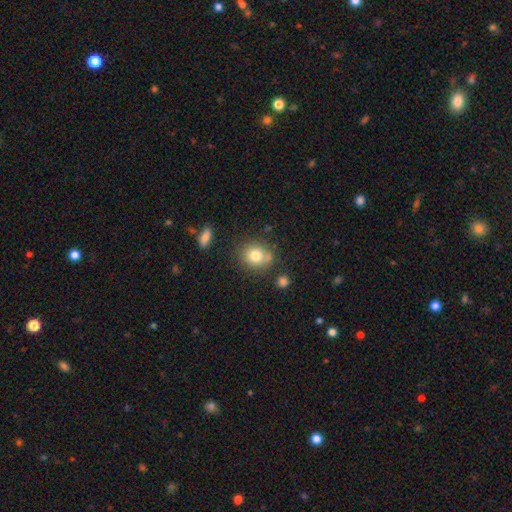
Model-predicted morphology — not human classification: type=smooth (79%); roundness=round (74%); merging=none (68%).